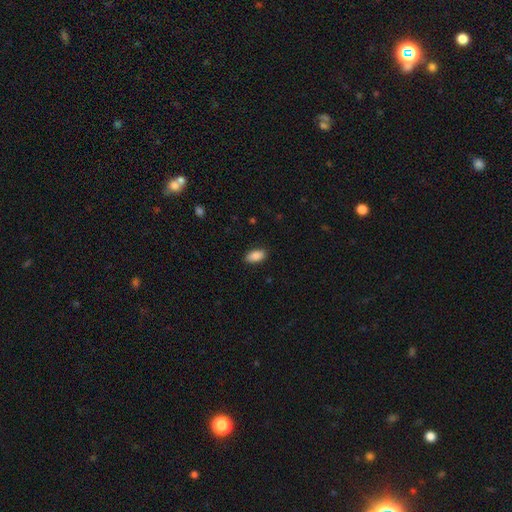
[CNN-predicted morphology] smooth 87%, star or artifact 7%, featured or disk 6%. Down the decision tree: how rounded — in between (93%); merging — none (87%).